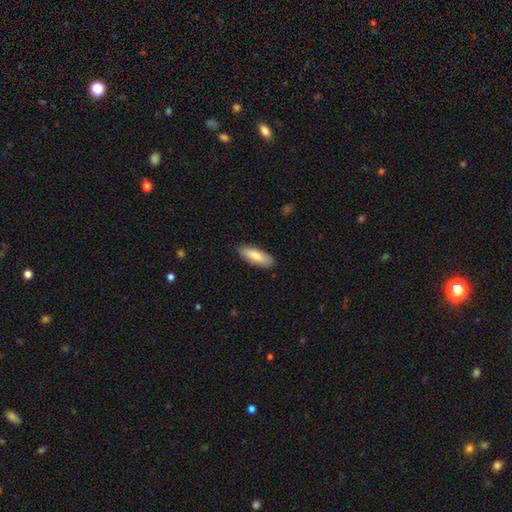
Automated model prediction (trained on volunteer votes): This appears to be a smooth galaxy with no disk features (81%) that is in between round and cigar-shaped (65%). Merging: none (86%).